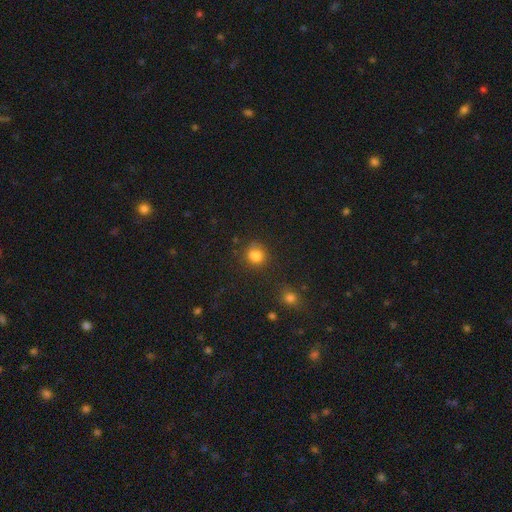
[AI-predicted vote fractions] Morphology: type=smooth (83%); roundness=round (80%); merging=none (75%).